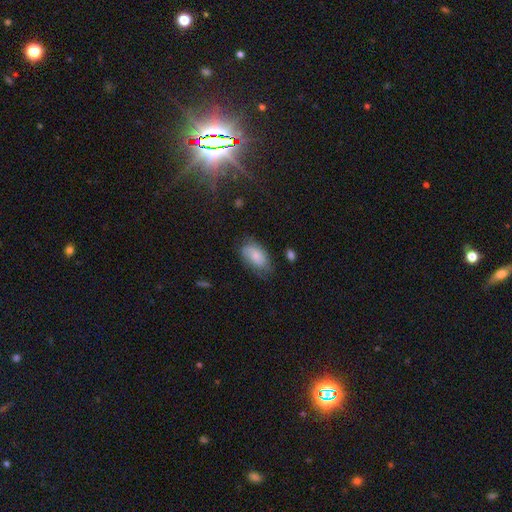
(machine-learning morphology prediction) Q: Smooth or featured?
A: smooth (62%); runner-up: featured or disk (30%)
Q: How rounded?
A: in between (93%); runner-up: round (4%)
Q: Merging?
A: none (61%); runner-up: minor disturbance (28%)